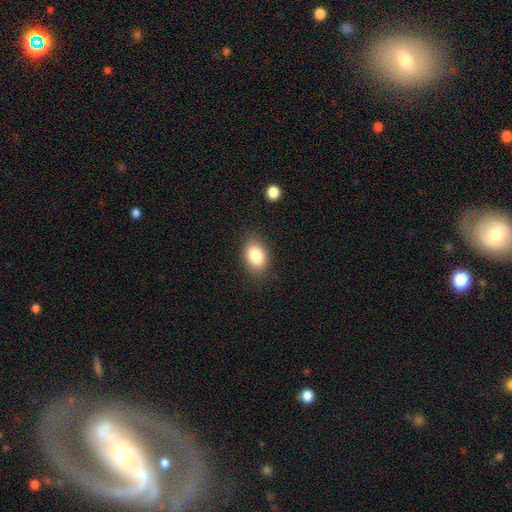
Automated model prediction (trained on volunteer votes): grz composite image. It shows a smooth galaxy with no disk features (83%) that is in between round and cigar-shaped (84%). Merging: none (85%).